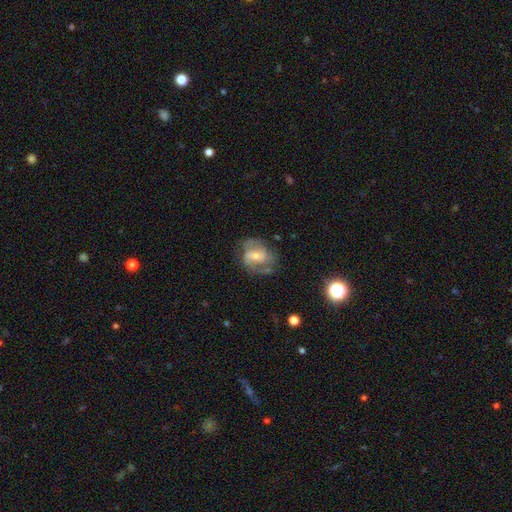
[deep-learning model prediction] A featured or disk galaxy (72%) with a weak bar (45%), 2 (67%) medium (49%) spiral arms (87%) and a small central bulge (54%). Merging: none (57%).